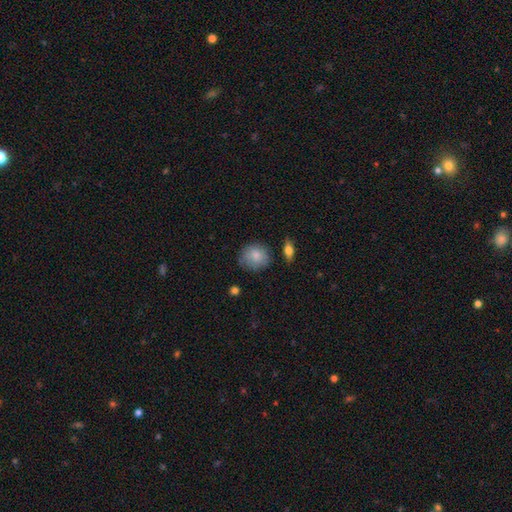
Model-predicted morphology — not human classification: A smooth galaxy with no disk features (82%) that is round (82%). Merging: none (73%).